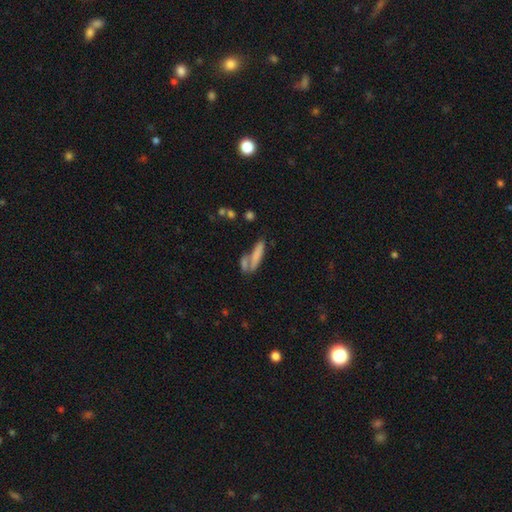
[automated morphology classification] A smooth galaxy with no disk features (71%) that is cigar-shaped (73%).

Vote fractions:
- Smooth or featured? smooth: 71% / featured or disk: 19% / star or artifact: 10%
- How rounded? cigar-shaped: 73% / in between: 24% / round: 3%
- Merging? none: 46% / merger: 36% / minor disturbance: 12% / major disturbance: 6%